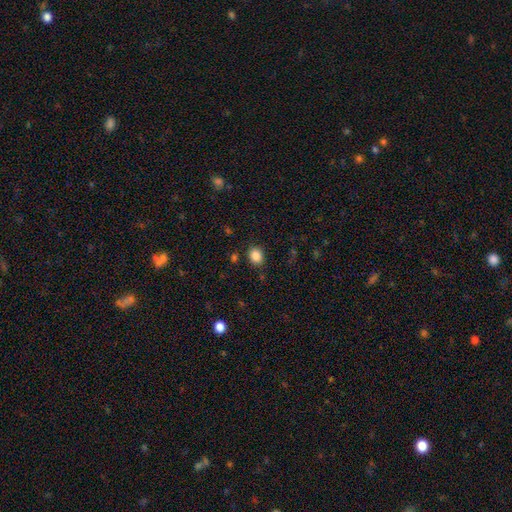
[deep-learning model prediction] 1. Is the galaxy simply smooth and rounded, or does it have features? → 86% smooth, 10% star or artifact, 4% featured or disk.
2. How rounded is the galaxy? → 51% round, 49% in between, 1% cigar-shaped.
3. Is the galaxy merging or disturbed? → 86% none, 9% minor disturbance, 3% major disturbance, 2% merger.